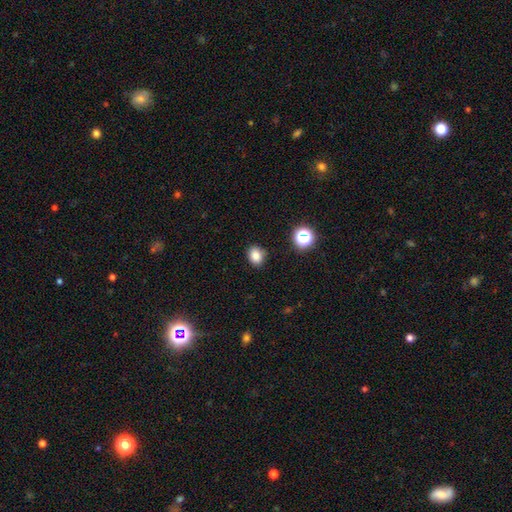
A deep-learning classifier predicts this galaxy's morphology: This appears to be a smooth galaxy with no disk features (84%) that is in between round and cigar-shaped (50%). Merging: none (85%).